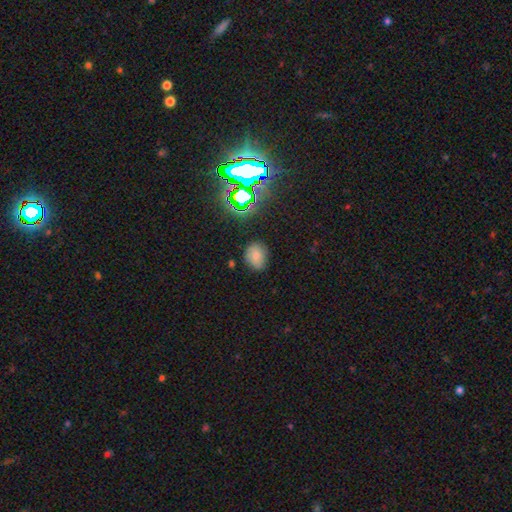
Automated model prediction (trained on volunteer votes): Smooth or featured?
  - smooth: 70% *
  - star or artifact: 18%
  - featured or disk: 11%
How rounded?
  - in between: 50% *
  - round: 49%
  - cigar-shaped: 1%
Merging?
  - none: 76% *
  - minor disturbance: 18%
  - major disturbance: 4%
  - merger: 2%